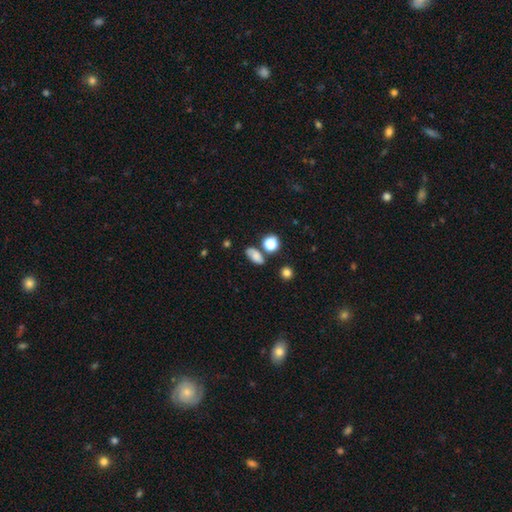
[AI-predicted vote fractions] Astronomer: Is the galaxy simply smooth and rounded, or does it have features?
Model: smooth — 71%.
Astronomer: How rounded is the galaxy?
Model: in between — 78%.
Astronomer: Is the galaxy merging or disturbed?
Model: none — 66%.